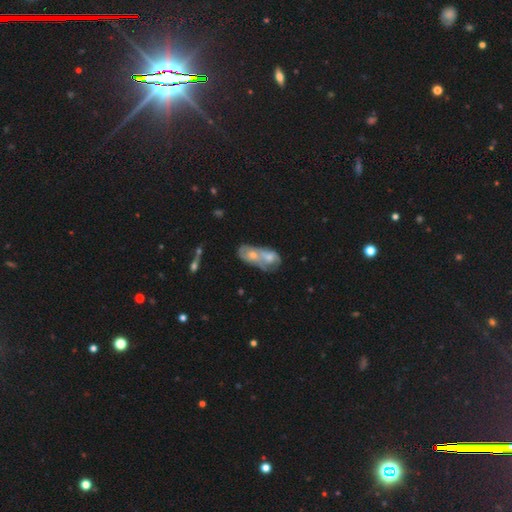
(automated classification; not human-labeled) This is possibly a featured or disk galaxy (50%). It is clearly not viewed edge-on (92%). Merging: likely merger (78%).